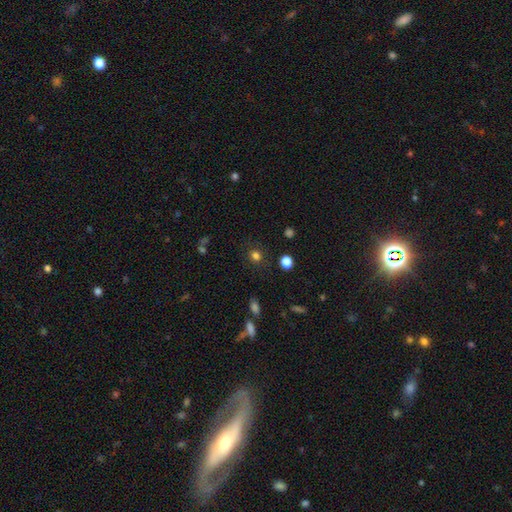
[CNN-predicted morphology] Smooth or featured? Predicted: smooth (p=0.80). How rounded? Predicted: round (p=0.75). Merging? Predicted: none (p=0.84).